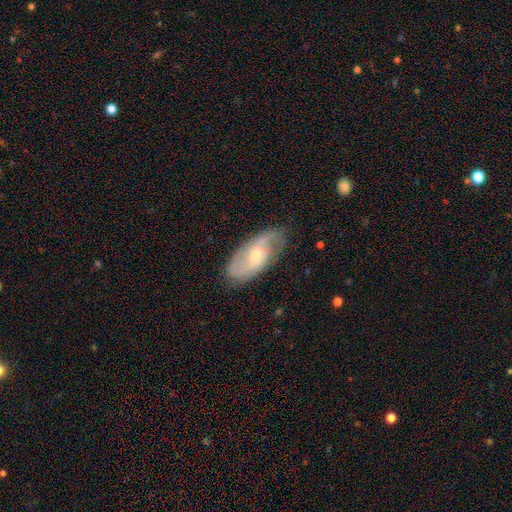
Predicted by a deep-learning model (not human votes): A featured or disk galaxy (77%) with no bar (51%), 2 (74%) medium (46%) spiral arms (92%) and a small central bulge (59%). Merging: none (78%).